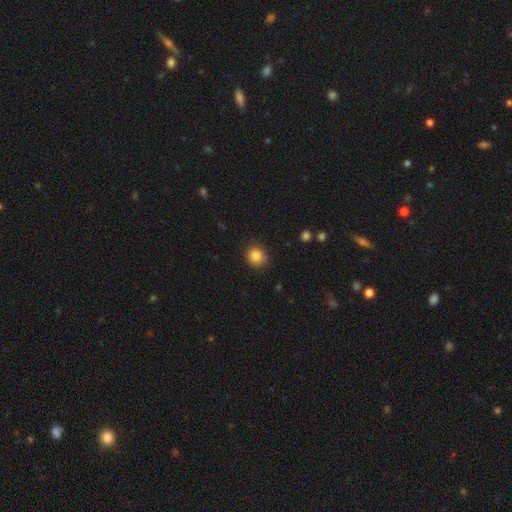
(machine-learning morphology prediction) smooth 84%, star or artifact 10%, featured or disk 5%. Down the decision tree: how rounded — round (89%); merging — none (85%).